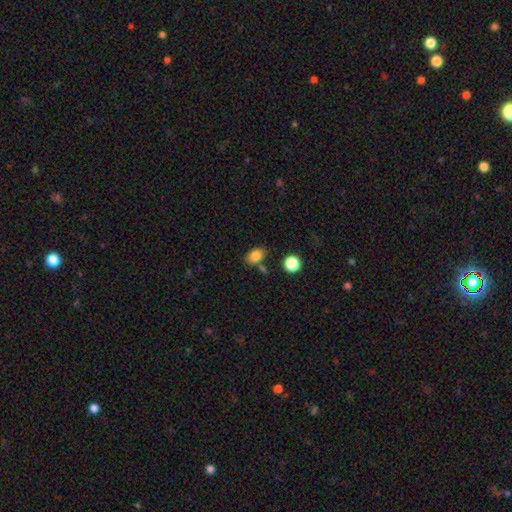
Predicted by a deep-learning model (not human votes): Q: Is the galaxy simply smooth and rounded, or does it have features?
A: smooth — 84%.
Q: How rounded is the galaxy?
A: in between — 81%.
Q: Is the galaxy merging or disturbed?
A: none — 70%.